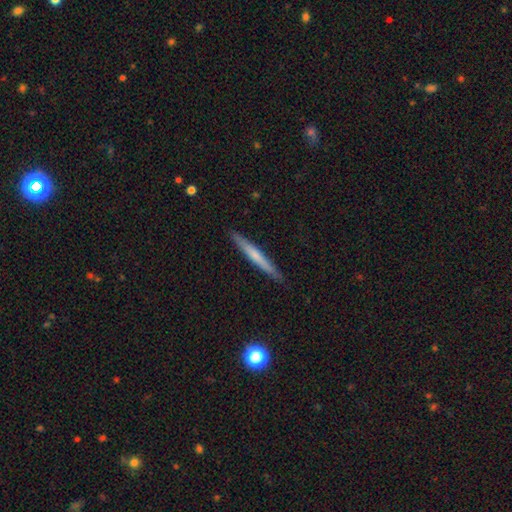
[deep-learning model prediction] smooth-or-featured: smooth: 53% | featured or disk: 41% | star or artifact: 6%
  how-rounded: cigar-shaped: 96% | in between: 2% | round: 1%
  merging: none: 90% | minor disturbance: 7% | major disturbance: 1% | merger: 1%